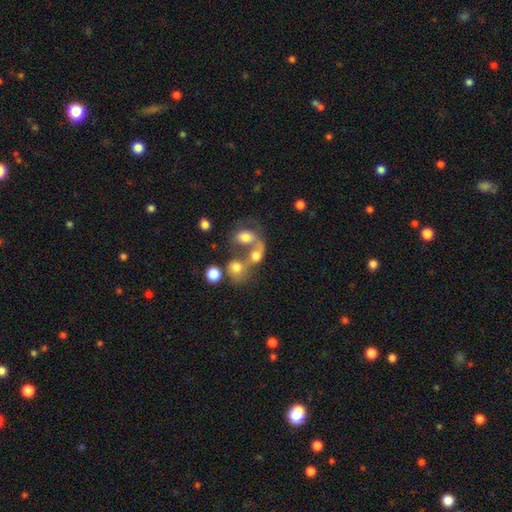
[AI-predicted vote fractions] Q: Smooth or featured?
A: smooth (58%); runner-up: featured or disk (29%)
Q: How rounded?
A: in between (51%); runner-up: round (47%)
Q: Merging?
A: merger (64%); runner-up: none (16%)